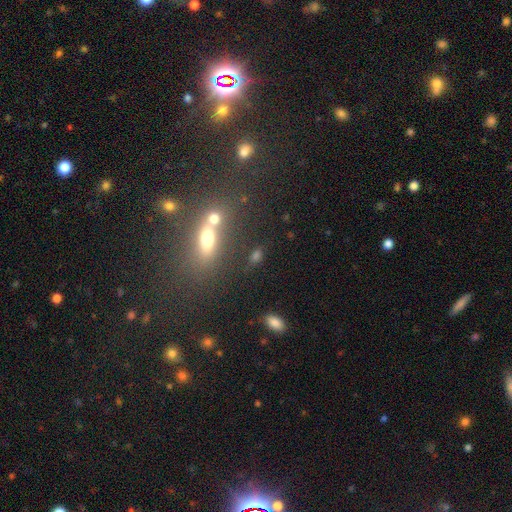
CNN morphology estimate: A smooth galaxy with no disk features (58%) that is in between round and cigar-shaped (58%).

Vote fractions:
- Smooth or featured? smooth: 58% / star or artifact: 25% / featured or disk: 17%
- How rounded? in between: 58% / round: 23% / cigar-shaped: 19%
- Merging? none: 53% / merger: 27% / minor disturbance: 12% / major disturbance: 8%